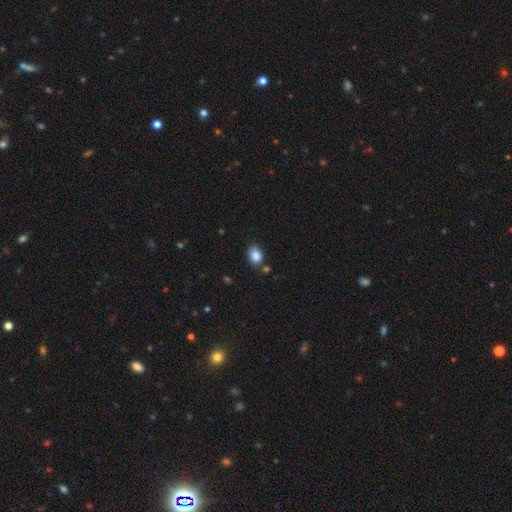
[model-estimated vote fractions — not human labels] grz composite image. It shows a smooth galaxy with no disk features (86%) that is in between round and cigar-shaped (71%). Merging: none (78%).